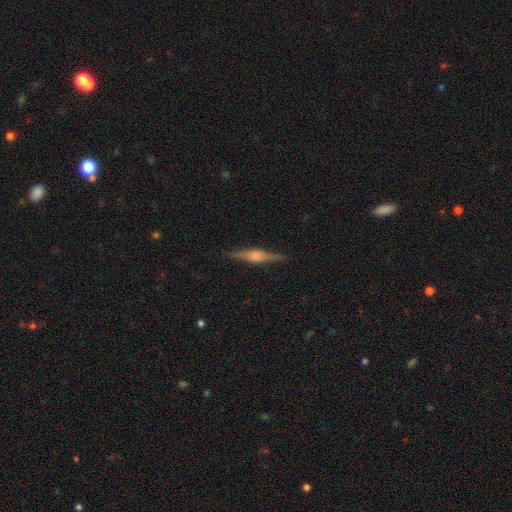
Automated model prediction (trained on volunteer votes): This is likely a featured or disk galaxy (75%). It is clearly viewed edge-on (98%). Edge-on bulge: clearly rounded (81%). Merging: clearly none (90%).